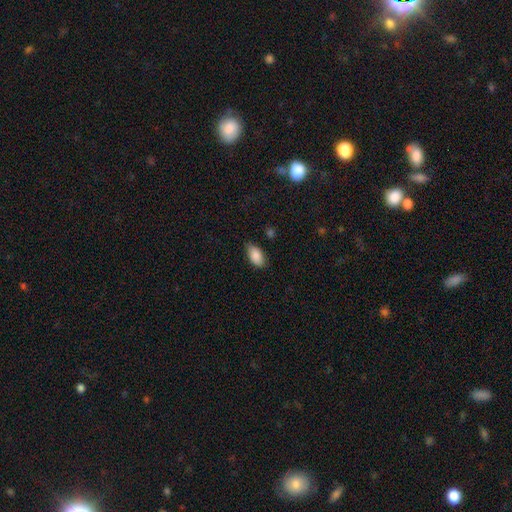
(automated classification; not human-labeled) The model was most divided on "merging": none: 78%, minor disturbance: 18%, major disturbance: 3%, merger: 1%. More confident: how rounded — in between (93%); smooth or featured — smooth (87%).